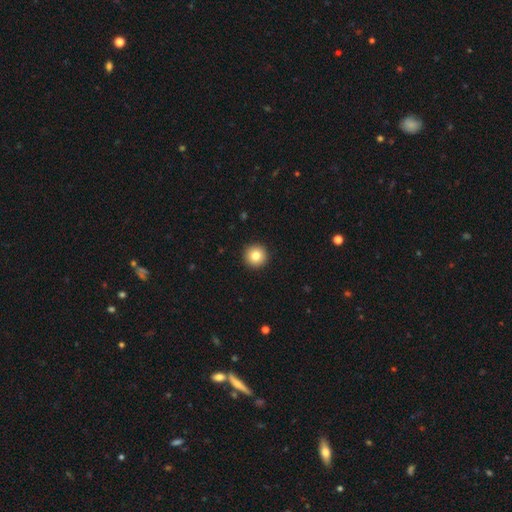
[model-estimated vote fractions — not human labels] smooth-or-featured: smooth: 81% | star or artifact: 10% | featured or disk: 9%
  how-rounded: round: 96% | in between: 3% | cigar-shaped: 1%
  merging: none: 94% | minor disturbance: 4% | major disturbance: 1% | merger: 1%